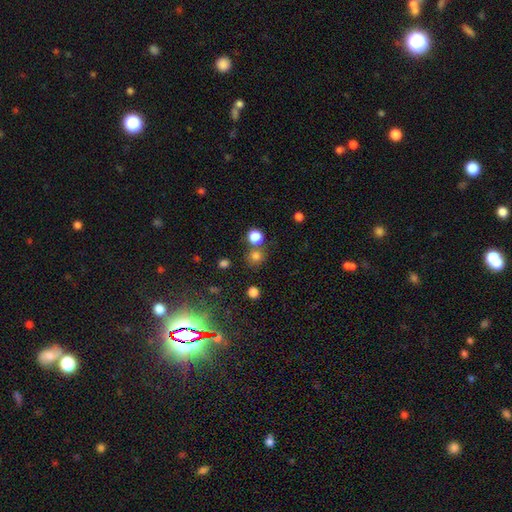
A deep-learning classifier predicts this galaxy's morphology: smooth_or_featured: smooth (p=0.75) [alt: star or artifact p=0.19]
how_rounded: round (p=0.87) [alt: in between p=0.12]
merging: none (p=0.70) [alt: merger p=0.19]